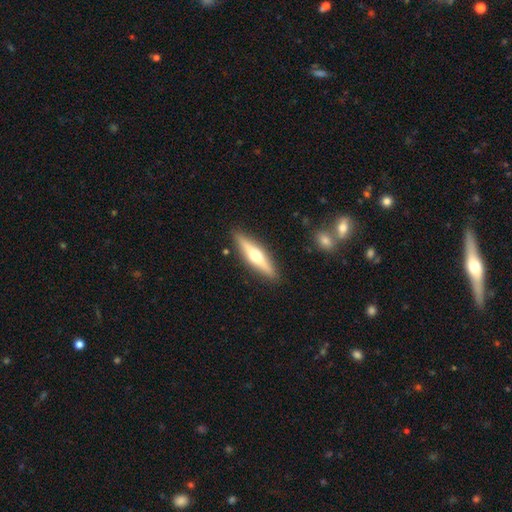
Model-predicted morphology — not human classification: Smooth or featured?
  - featured or disk: 59% *
  - smooth: 36%
  - star or artifact: 5%
Edge-on disk?
  - yes: 95% *
  - no: 5%
Edge-on bulge?
  - rounded: 92% *
  - none: 4%
  - boxy: 3%
Merging?
  - none: 89% *
  - minor disturbance: 8%
  - major disturbance: 2%
  - merger: 1%